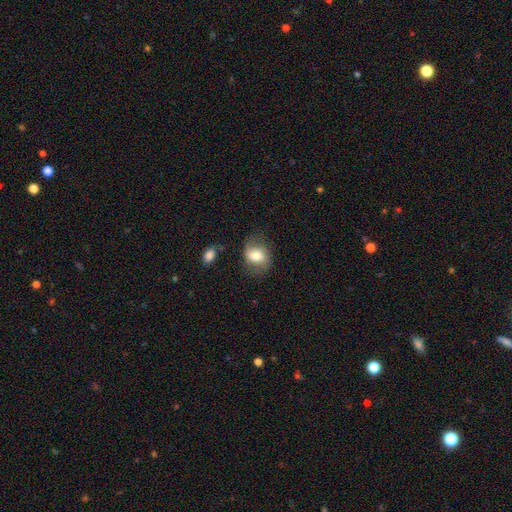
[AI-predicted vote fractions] Smooth or featured: smooth — 59% (featured or disk — 33%)
How rounded: in between — 56% (round — 42%)
Merging: none — 64% (minor disturbance — 23%)